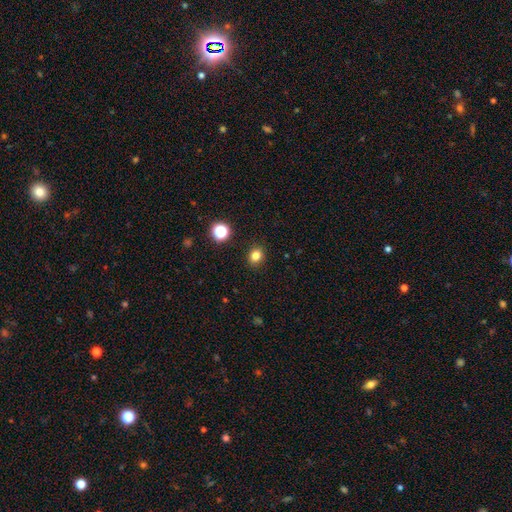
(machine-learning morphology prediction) The model was most divided on "how rounded": round: 64%, in between: 35%, cigar-shaped: 1%. More confident: merging — none (89%); smooth or featured — smooth (80%).